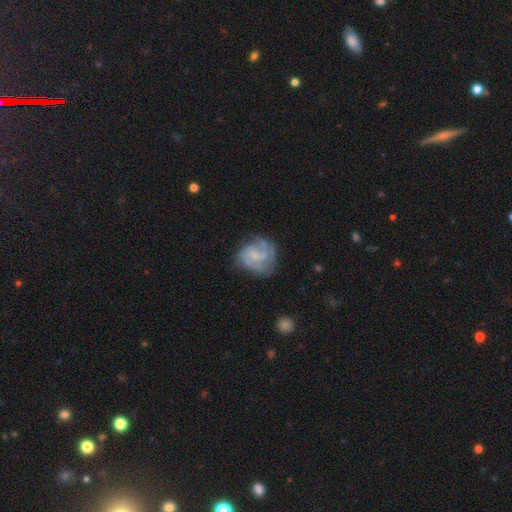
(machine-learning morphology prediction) Q: Smooth or featured?
A: featured or disk (73%); runner-up: smooth (20%)
Q: Edge-on disk?
A: no (98%); runner-up: yes (2%)
Q: Bar?
A: no (47%); runner-up: weak (45%)
Q: Spiral arms?
A: yes (88%); runner-up: no (12%)
Q: Spiral winding?
A: medium (46%); runner-up: tight (35%)
Q: Spiral arm count?
A: 2 (48%); runner-up: can't tell (21%)
Q: Bulge size?
A: small (53%); runner-up: none (27%)
Q: Merging?
A: none (59%); runner-up: minor disturbance (23%)